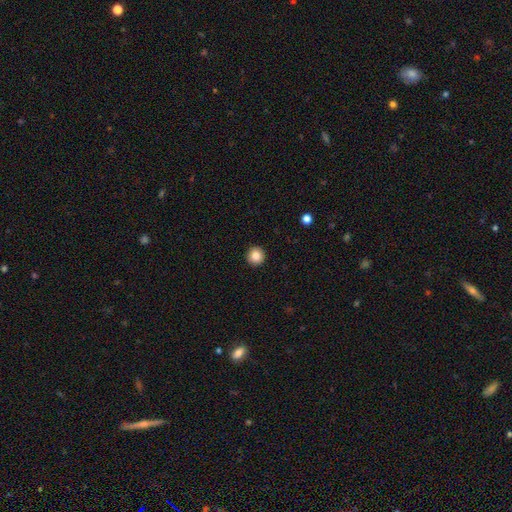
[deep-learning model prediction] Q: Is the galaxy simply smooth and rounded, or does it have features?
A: smooth — 84%.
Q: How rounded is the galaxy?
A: round — 96%.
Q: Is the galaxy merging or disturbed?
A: none — 94%.